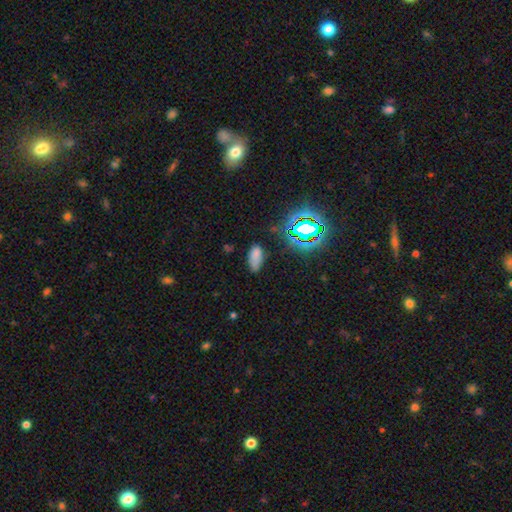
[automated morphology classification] This is likely a smooth galaxy (71%). How rounded: clearly in between (91%). Merging: likely none (67%).